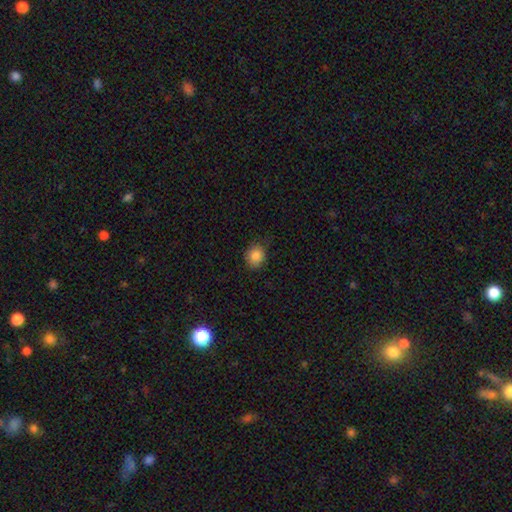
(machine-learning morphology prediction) This is clearly a smooth galaxy (86%). How rounded: likely round (71%). Merging: likely none (75%).